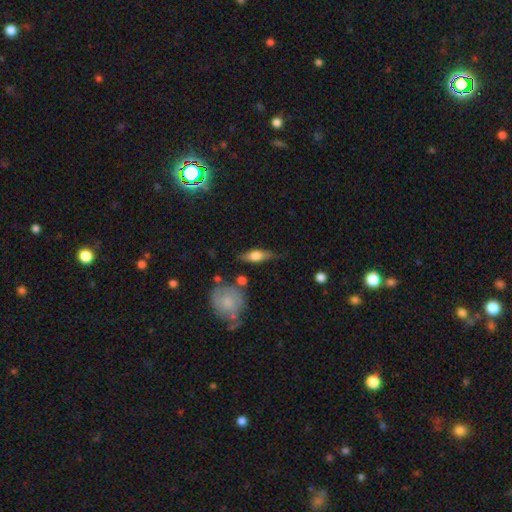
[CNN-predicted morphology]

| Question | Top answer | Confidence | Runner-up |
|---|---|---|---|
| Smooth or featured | featured or disk | 48% | smooth (46%) |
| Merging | none | 74% | minor disturbance (17%) |